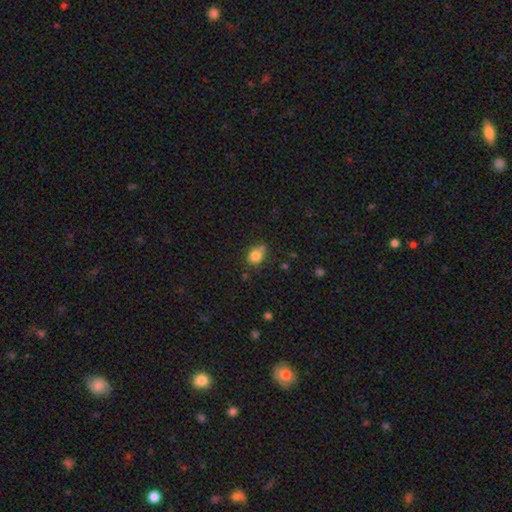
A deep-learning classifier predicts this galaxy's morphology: Overall: smooth (81%). How rounded: round (76%). Merging: none (61%).